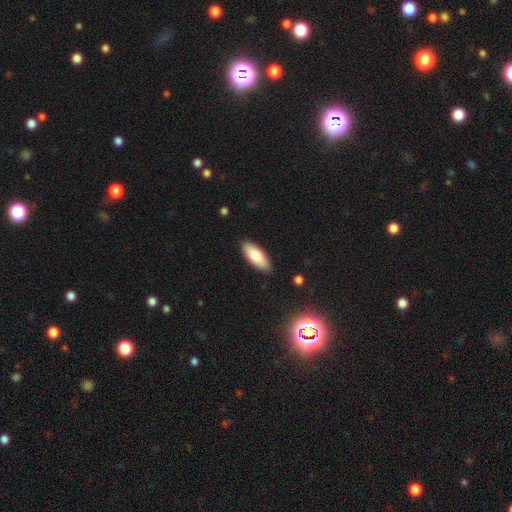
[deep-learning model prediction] Overall: smooth (83%). How rounded: in between (78%). Merging: none (88%).